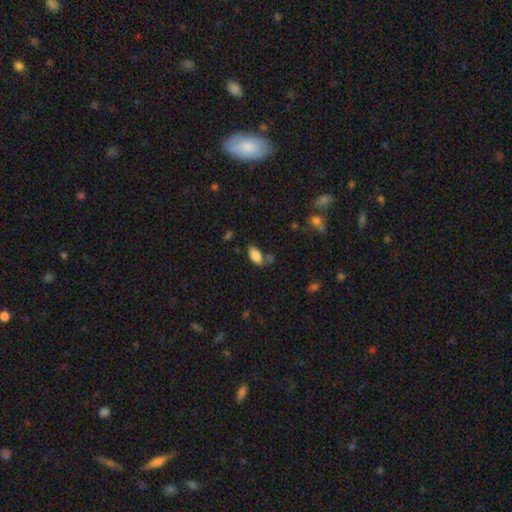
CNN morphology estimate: smooth-or-featured: smooth: 84% | star or artifact: 8% | featured or disk: 8%
  how-rounded: in between: 92% | cigar-shaped: 5% | round: 3%
  merging: none: 59% | minor disturbance: 23% | merger: 11% | major disturbance: 7%